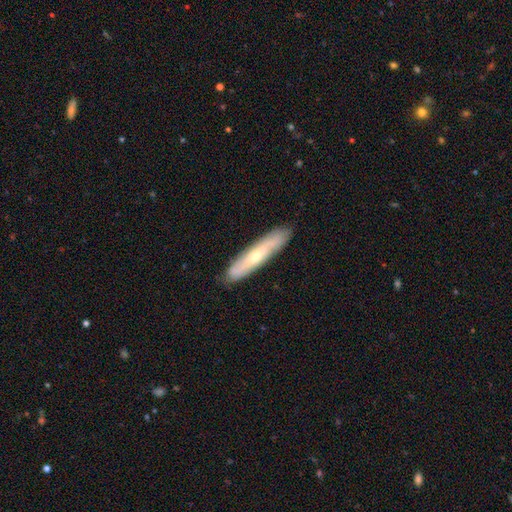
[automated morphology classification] This is possibly a featured or disk galaxy (49%). Merging: clearly none (86%).